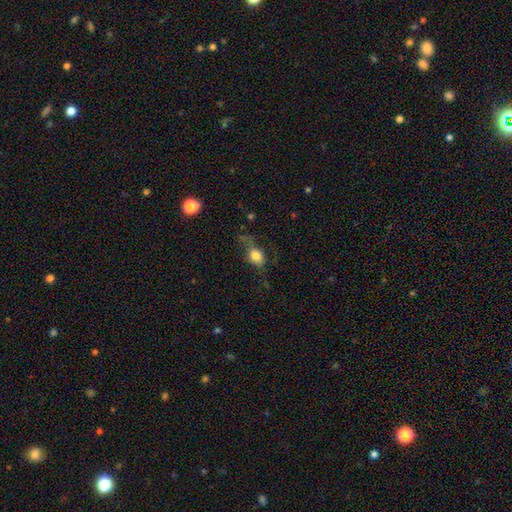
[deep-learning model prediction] Overall: smooth (66%). How rounded: in between (56%; round 38%). Merging: none (46%; minor disturbance 27%).